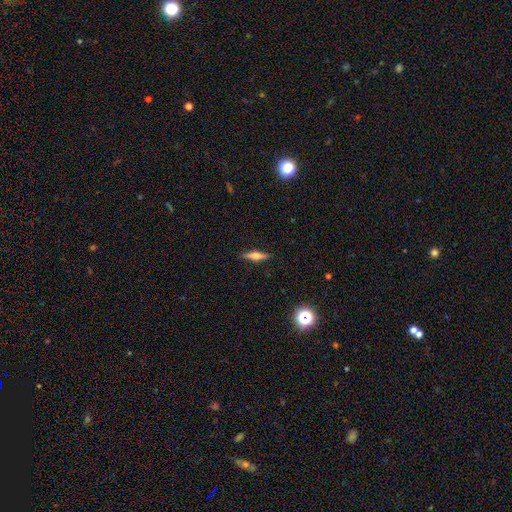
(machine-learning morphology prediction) A featured or disk galaxy (47%).

Vote fractions:
- Smooth or featured? featured or disk: 47% / smooth: 45% / star or artifact: 8%
- Merging? none: 89% / minor disturbance: 8% / major disturbance: 2% / merger: 1%